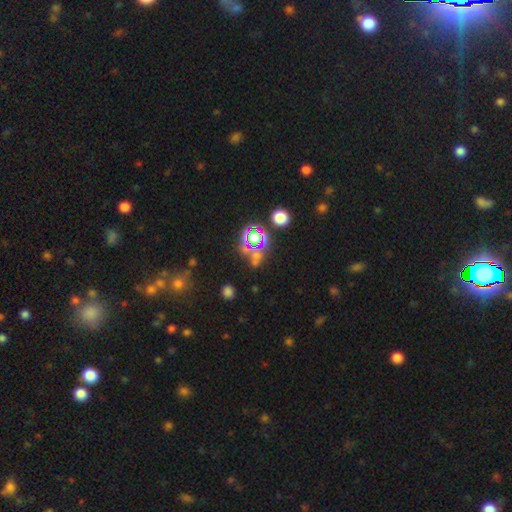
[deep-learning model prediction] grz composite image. It shows a star or artifact, not a galaxy (57%).